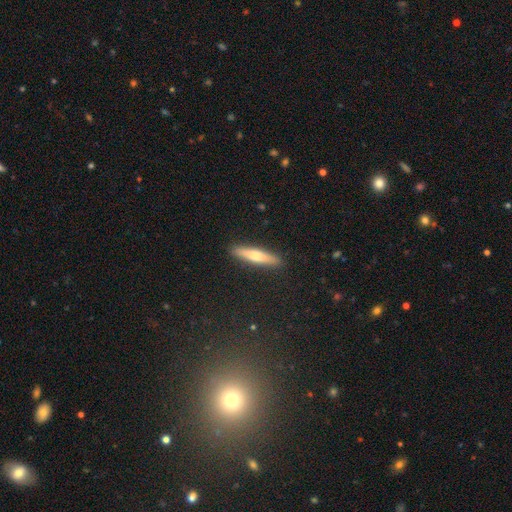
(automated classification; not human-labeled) Overall: smooth (59%; featured or disk 35%). How rounded: cigar-shaped (87%). Merging: none (91%).